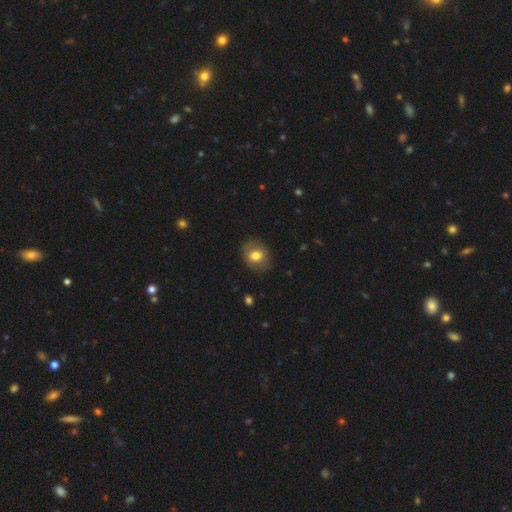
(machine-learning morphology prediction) smooth-or-featured: smooth: 71% | featured or disk: 21% | star or artifact: 8%
  how-rounded: round: 54% | in between: 45% | cigar-shaped: 1%
  merging: none: 81% | minor disturbance: 13% | major disturbance: 5% | merger: 1%